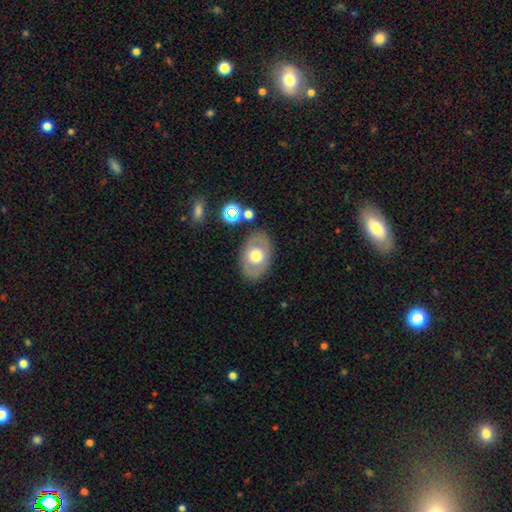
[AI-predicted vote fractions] This appears to be a smooth galaxy with no disk features (55%) that is in between round and cigar-shaped (82%). Merging: none (83%).